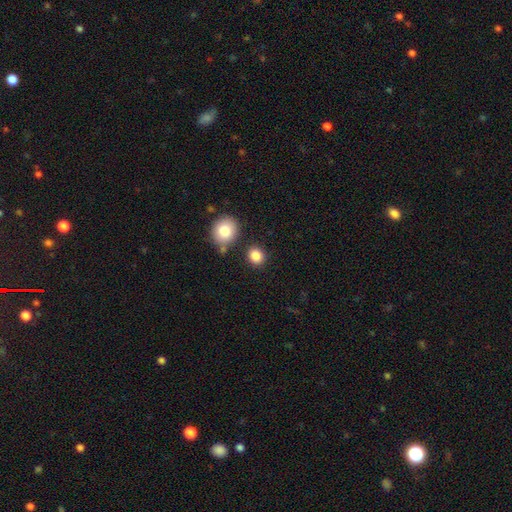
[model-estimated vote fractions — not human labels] smooth_or_featured: smooth (p=0.86) [alt: star or artifact p=0.10]
how_rounded: round (p=0.77) [alt: in between p=0.21]
merging: none (p=0.83) [alt: minor disturbance p=0.09]